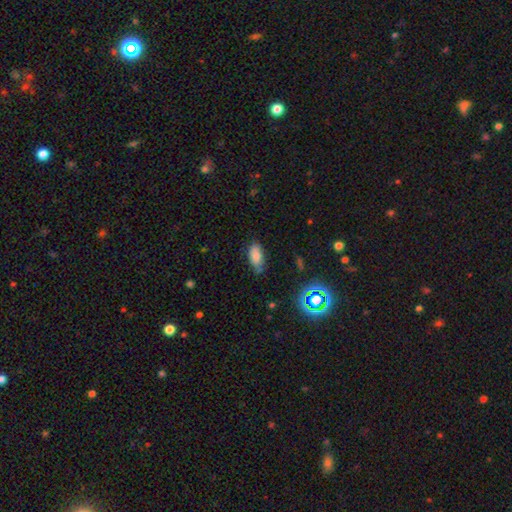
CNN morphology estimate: The model was most divided on "merging": none: 72%, minor disturbance: 20%, major disturbance: 4%, merger: 3%. More confident: how rounded — in between (90%); smooth or featured — smooth (81%).